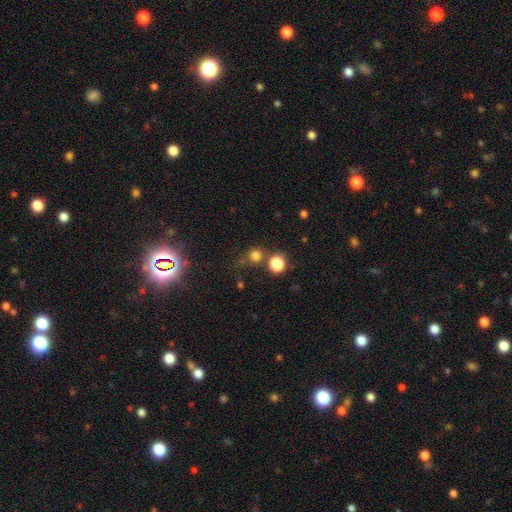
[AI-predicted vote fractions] Smooth or featured: smooth — 73% (star or artifact — 21%)
How rounded: round — 90% (in between — 9%)
Merging: none — 68% (merger — 17%)